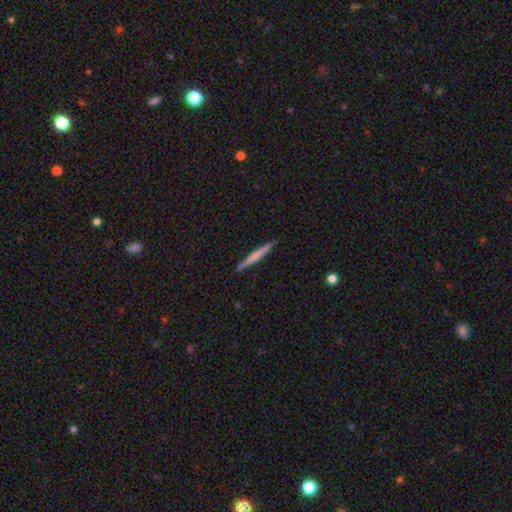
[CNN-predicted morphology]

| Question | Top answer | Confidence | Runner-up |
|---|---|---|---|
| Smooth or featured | smooth | 52% | featured or disk (42%) |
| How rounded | cigar-shaped | 97% | in between (2%) |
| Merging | none | 91% | minor disturbance (6%) |